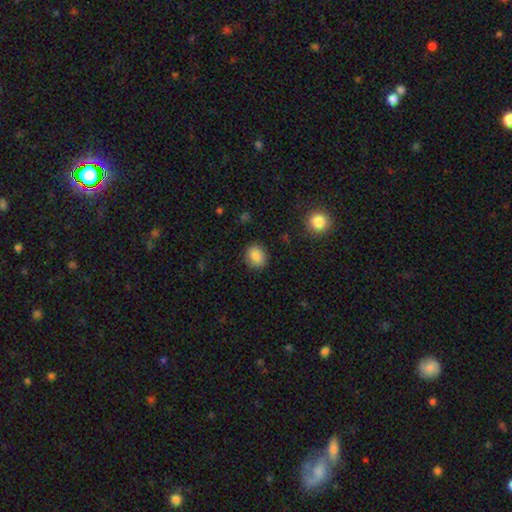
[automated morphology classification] Smooth or featured? smooth (86%)
How rounded? round (65%)
Merging? none (87%)